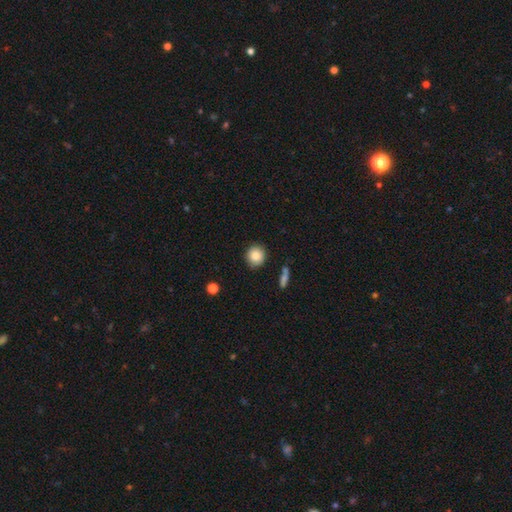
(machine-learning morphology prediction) A smooth galaxy with no disk features (85%) that is round (90%). Merging: none (88%).